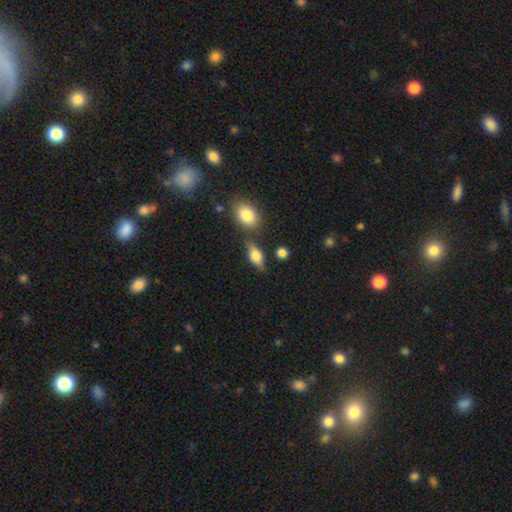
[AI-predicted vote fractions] A smooth galaxy with no disk features (55%) that is in between round and cigar-shaped (72%).

Vote fractions:
- Smooth or featured? smooth: 55% / featured or disk: 36% / star or artifact: 9%
- How rounded? in between: 72% / cigar-shaped: 15% / round: 13%
- Merging? none: 70% / minor disturbance: 16% / merger: 9% / major disturbance: 5%